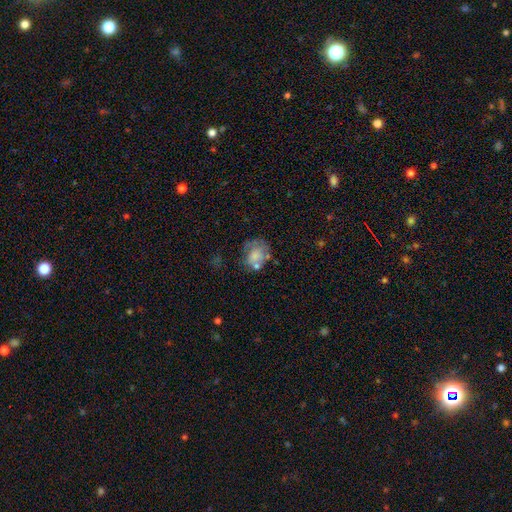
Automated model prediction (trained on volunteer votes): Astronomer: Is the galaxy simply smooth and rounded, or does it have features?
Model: smooth — 62%.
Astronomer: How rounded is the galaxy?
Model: round — 53% (runner-up: in between, 46%).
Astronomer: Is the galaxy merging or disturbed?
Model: none — 41% (runner-up: minor disturbance, 26%).